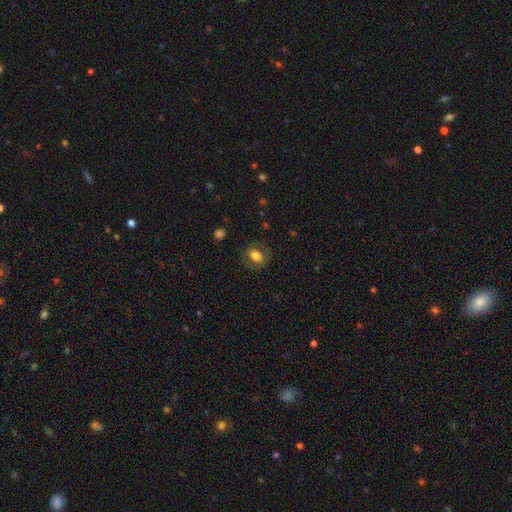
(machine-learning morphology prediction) A smooth galaxy with no disk features (70%) that is in between round and cigar-shaped (64%).

Vote fractions:
- Smooth or featured? smooth: 70% / featured or disk: 22% / star or artifact: 9%
- How rounded? in between: 64% / round: 35% / cigar-shaped: 1%
- Merging? none: 77% / minor disturbance: 14% / major disturbance: 8% / merger: 1%